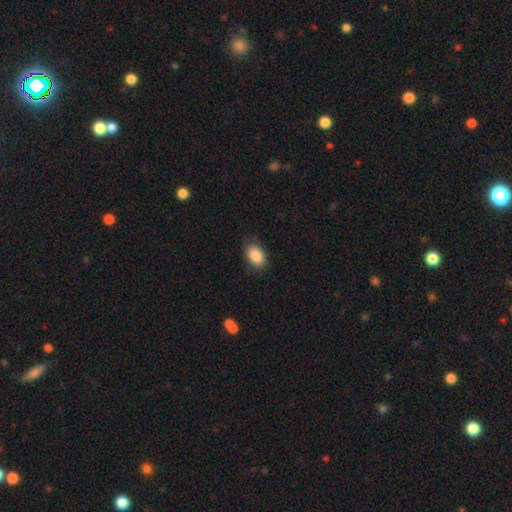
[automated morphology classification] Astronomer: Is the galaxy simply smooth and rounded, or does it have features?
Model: smooth — 87%.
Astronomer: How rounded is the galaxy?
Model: in between — 85%.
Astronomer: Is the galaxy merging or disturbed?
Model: none — 81%.